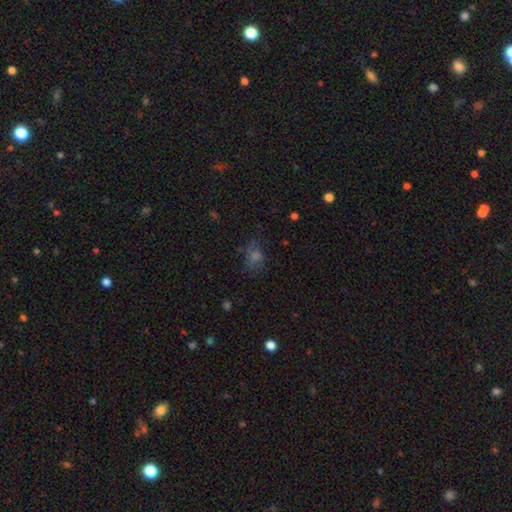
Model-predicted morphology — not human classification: This is possibly a smooth galaxy (50%). How rounded: possibly in between (58%). Merging: likely none (65%).